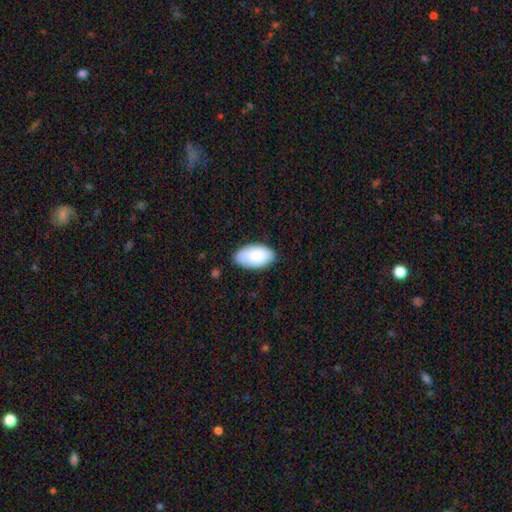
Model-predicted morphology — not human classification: smooth-or-featured: smooth: 87% | featured or disk: 7% | star or artifact: 6%
  how-rounded: in between: 96% | round: 2% | cigar-shaped: 1%
  merging: none: 80% | minor disturbance: 16% | major disturbance: 3% | merger: 1%